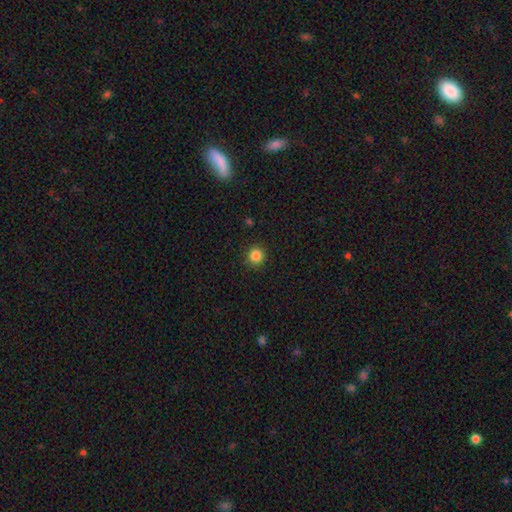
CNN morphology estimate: smooth-or-featured: smooth: 85% | star or artifact: 11% | featured or disk: 3%
  how-rounded: round: 94% | in between: 5% | cigar-shaped: 1%
  merging: none: 91% | minor disturbance: 6% | major disturbance: 2% | merger: 1%